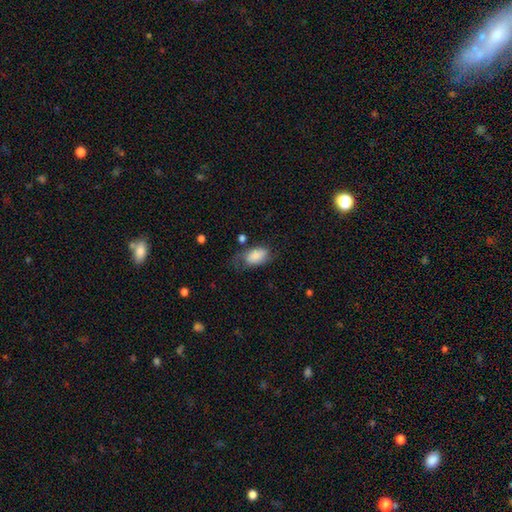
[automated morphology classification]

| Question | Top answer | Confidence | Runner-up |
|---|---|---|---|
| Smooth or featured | smooth | 76% | featured or disk (17%) |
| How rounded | in between | 92% | round (5%) |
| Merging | none | 46% | minor disturbance (32%) |